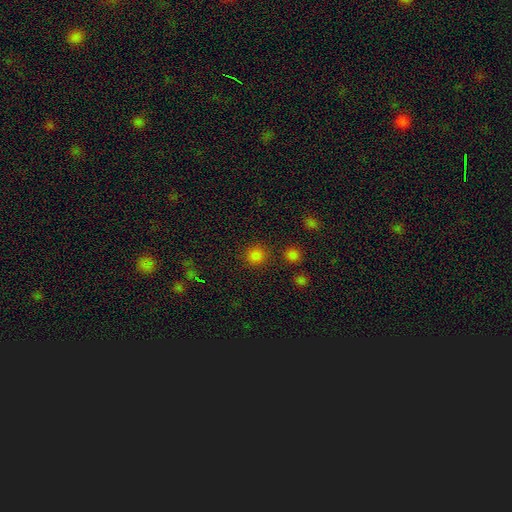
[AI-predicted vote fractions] smooth 81%, star or artifact 16%, featured or disk 3%. Down the decision tree: how rounded — round (92%); merging — none (86%).